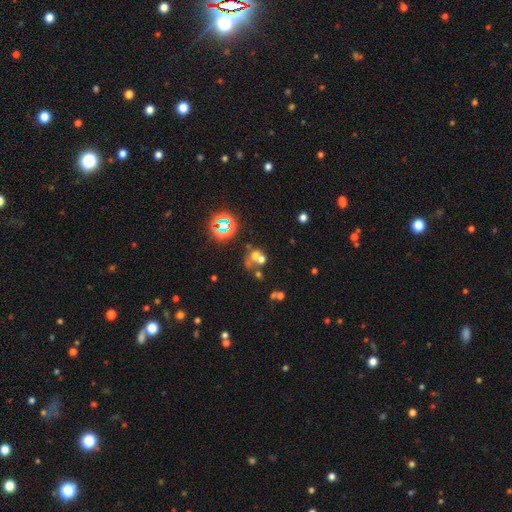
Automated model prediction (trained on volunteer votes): smooth-or-featured: smooth: 43% | star or artifact: 34% | featured or disk: 23%
  merging: merger: 48% | none: 38% | minor disturbance: 8% | major disturbance: 7%